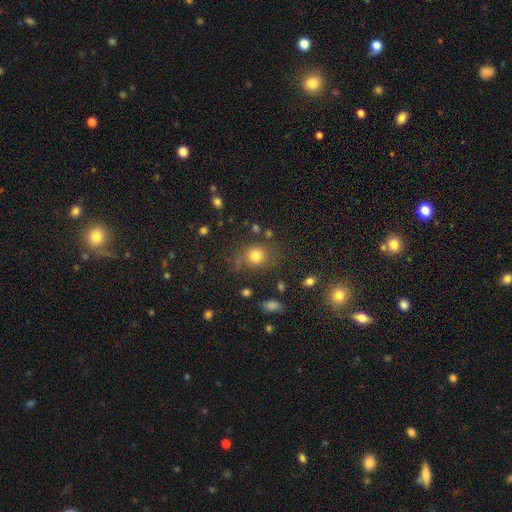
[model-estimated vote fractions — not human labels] This appears to be a smooth galaxy with no disk features (78%) that is round (80%). Merging: none (73%).